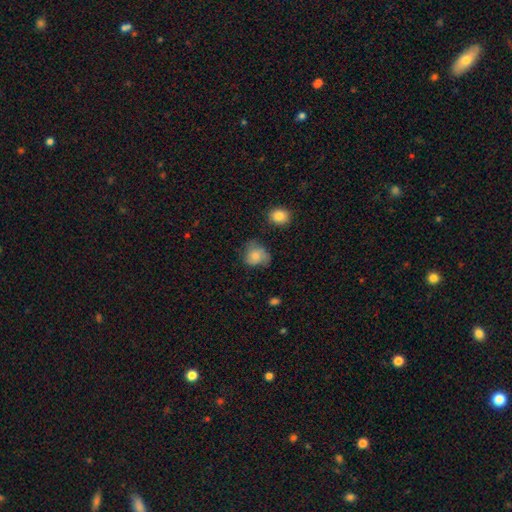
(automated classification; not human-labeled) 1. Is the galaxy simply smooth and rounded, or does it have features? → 71% smooth, 20% featured or disk, 9% star or artifact.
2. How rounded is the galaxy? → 63% round, 36% in between, 1% cigar-shaped.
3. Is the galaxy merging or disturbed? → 48% none, 34% minor disturbance, 16% major disturbance, 3% merger.